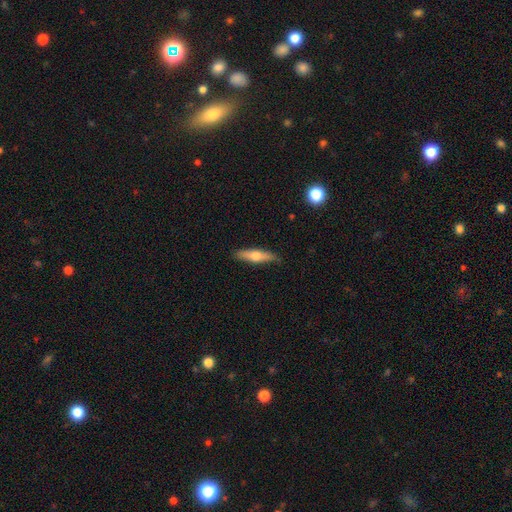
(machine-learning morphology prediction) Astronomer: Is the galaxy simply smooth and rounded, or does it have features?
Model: smooth — 54% (runner-up: featured or disk, 41%).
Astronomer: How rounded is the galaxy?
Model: cigar-shaped — 74%.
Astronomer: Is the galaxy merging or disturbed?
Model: none — 86%.